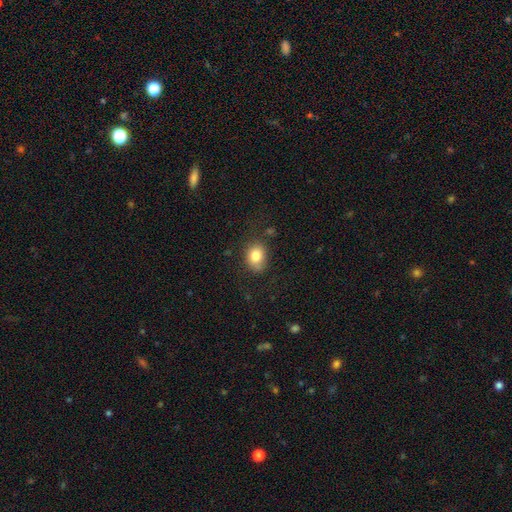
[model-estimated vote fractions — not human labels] Smooth or featured?
  - smooth: 81% *
  - star or artifact: 9%
  - featured or disk: 9%
How rounded?
  - in between: 55% *
  - round: 44%
  - cigar-shaped: 1%
Merging?
  - none: 71% *
  - minor disturbance: 20%
  - major disturbance: 6%
  - merger: 3%